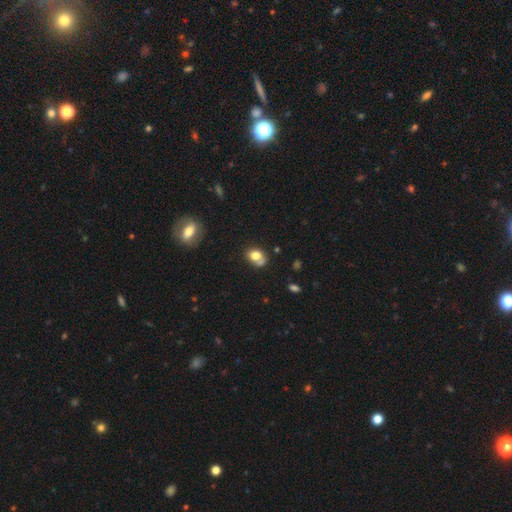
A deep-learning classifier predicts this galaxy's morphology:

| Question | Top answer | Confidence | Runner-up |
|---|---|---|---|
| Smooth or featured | smooth | 74% | featured or disk (16%) |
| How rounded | in between | 60% | round (39%) |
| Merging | none | 44% | merger (25%) |